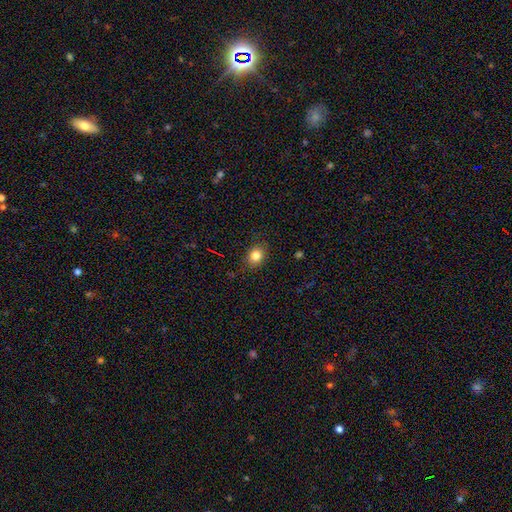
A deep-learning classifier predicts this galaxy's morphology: Smooth or featured? Predicted: smooth (p=0.83). How rounded? Predicted: round (p=0.55). Merging? Predicted: none (p=0.82).